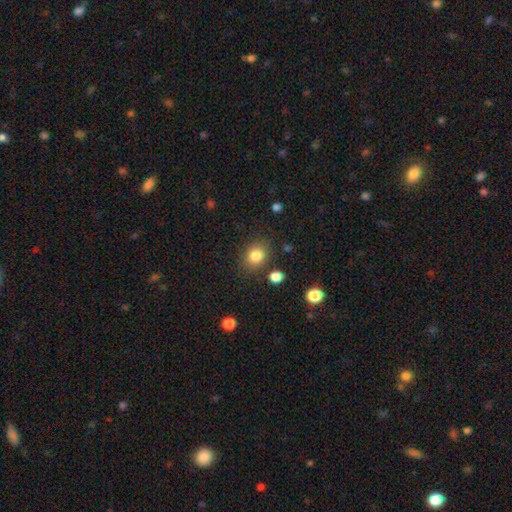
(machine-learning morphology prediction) Smooth or featured?
  - smooth: 84% *
  - star or artifact: 10%
  - featured or disk: 6%
How rounded?
  - round: 55% *
  - in between: 44%
  - cigar-shaped: 1%
Merging?
  - none: 81% *
  - minor disturbance: 11%
  - merger: 4%
  - major disturbance: 4%